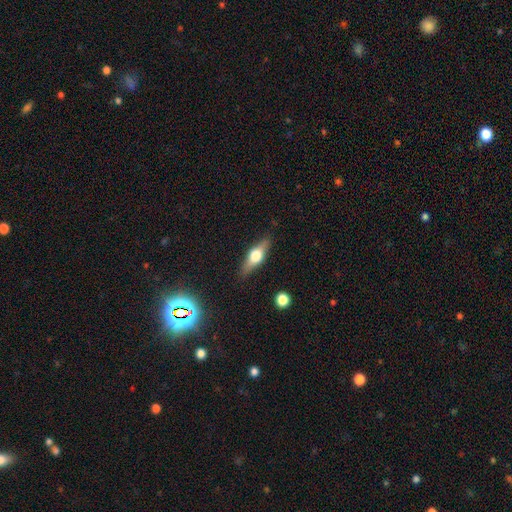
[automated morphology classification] This is possibly a featured or disk galaxy (54%). It is clearly viewed edge-on (92%). Merging: clearly none (86%).